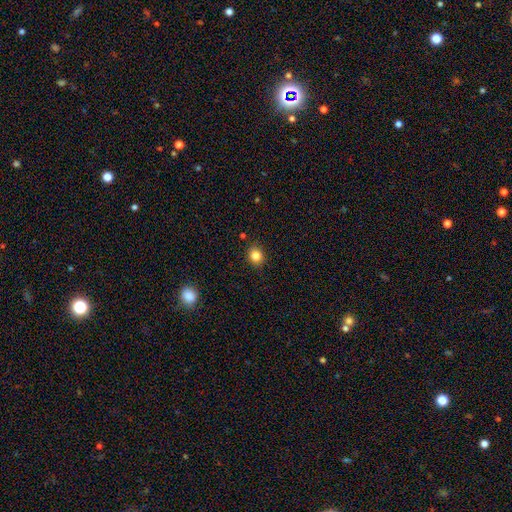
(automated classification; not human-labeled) smooth_or_featured: smooth (p=0.83) [alt: star or artifact p=0.11]
how_rounded: round (p=0.72) [alt: in between p=0.27]
merging: none (p=0.88) [alt: minor disturbance p=0.09]